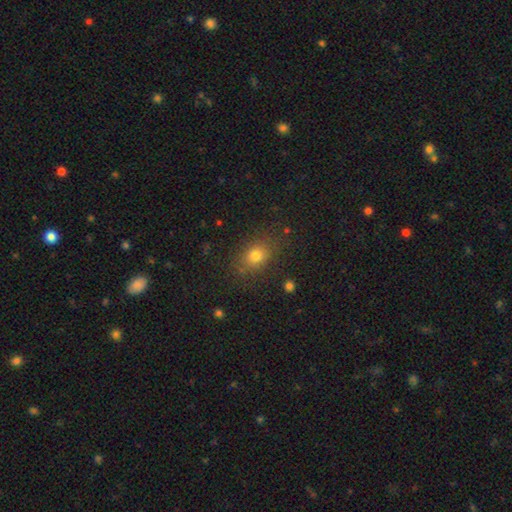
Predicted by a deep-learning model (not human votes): Smooth or featured? Predicted: smooth (p=0.77). How rounded? Predicted: in between (p=0.59). Merging? Predicted: none (p=0.79).